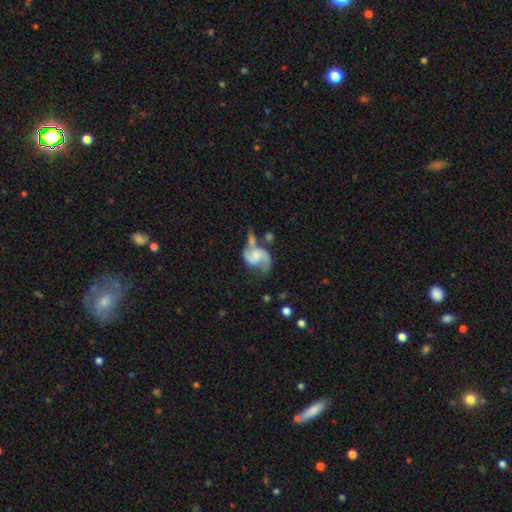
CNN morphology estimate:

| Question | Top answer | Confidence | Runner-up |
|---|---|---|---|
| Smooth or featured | featured or disk | 82% | smooth (12%) |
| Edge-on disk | no | 98% | yes (2%) |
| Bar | no | 58% | weak (34%) |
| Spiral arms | yes | 95% | no (5%) |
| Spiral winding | medium | 44% | tied: loose (44%) |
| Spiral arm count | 2 | 88% | 1 (5%) |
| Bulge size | small | 32% | none (30%) |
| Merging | none | 39% | merger (23%) |